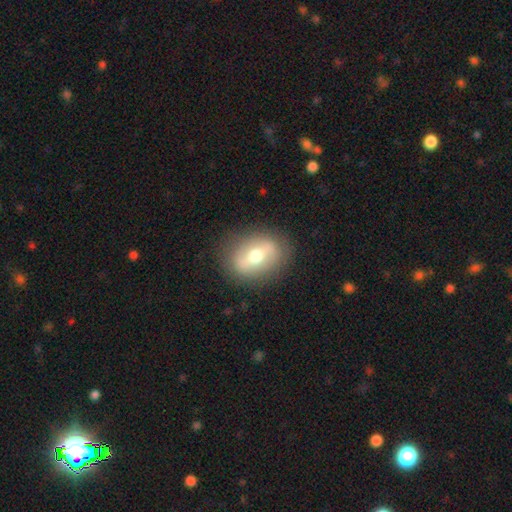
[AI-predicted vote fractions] A smooth galaxy with no disk features (46%, tied with featured or disk).

Vote fractions:
- Smooth or featured? smooth: 46% (tied) / featured or disk: 46% (tied) / star or artifact: 8%
- Merging? none: 83% / minor disturbance: 12% / major disturbance: 4% / merger: 1%